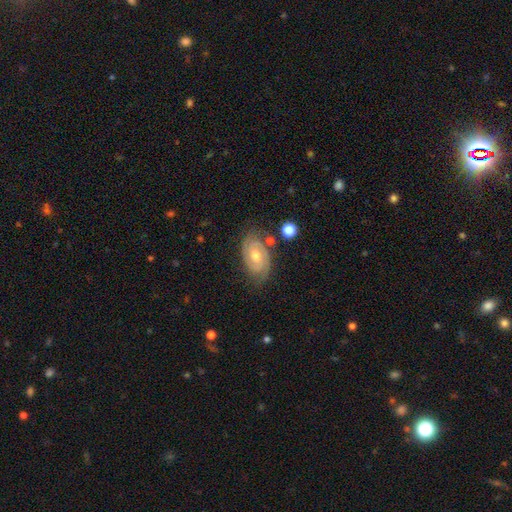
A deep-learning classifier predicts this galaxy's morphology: smooth-or-featured: featured or disk: 82% | smooth: 11% | star or artifact: 7%
  disk-edge-on: no: 96% | yes: 4%
    bar: no: 60% | weak: 32% | strong: 8%
    has-spiral-arms: yes: 95% | no: 5%
      spiral-winding: tight: 66% | medium: 28% | loose: 6%
      spiral-arm-count: 2: 80% | can't tell: 9% | 3: 6% | 1: 2% | 4: 2% | more than 4: 1%
    bulge-size: moderate: 70% | small: 24% | large: 3% | none: 1% | dominant: 1%
  merging: none: 76% | minor disturbance: 16% | major disturbance: 5% | merger: 3%